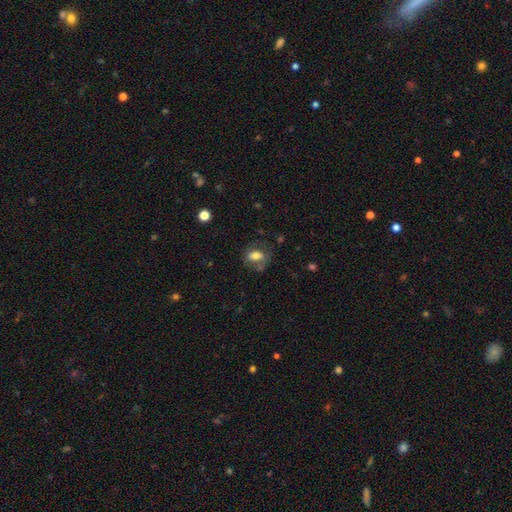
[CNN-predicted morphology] Smooth or featured?
  - smooth: 66% *
  - featured or disk: 24%
  - star or artifact: 9%
How rounded?
  - in between: 77% *
  - round: 20%
  - cigar-shaped: 3%
Merging?
  - none: 58% *
  - minor disturbance: 22%
  - major disturbance: 14%
  - merger: 6%